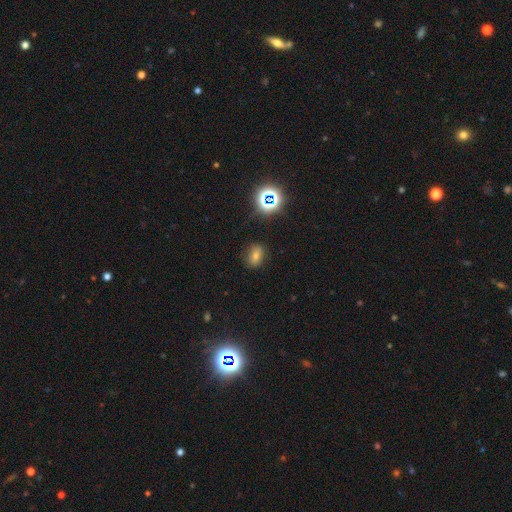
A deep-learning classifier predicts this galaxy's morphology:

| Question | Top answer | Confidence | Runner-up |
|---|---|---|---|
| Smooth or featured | smooth | 63% | star or artifact (24%) |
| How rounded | in between | 60% | round (39%) |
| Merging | none | 81% | minor disturbance (13%) |